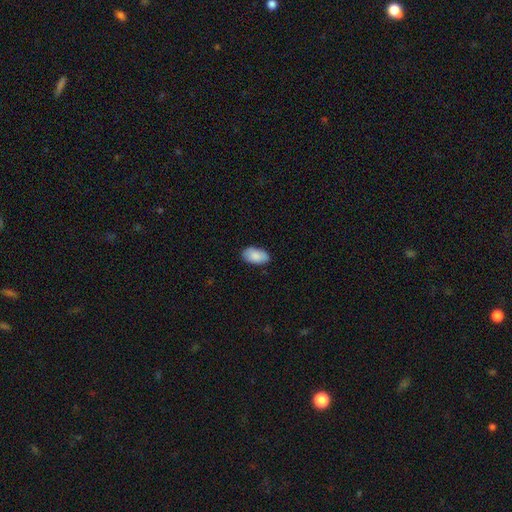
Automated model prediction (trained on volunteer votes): Q: Smooth or featured?
A: smooth (87%); runner-up: featured or disk (7%)
Q: How rounded?
A: in between (94%); runner-up: round (4%)
Q: Merging?
A: none (84%); runner-up: minor disturbance (13%)